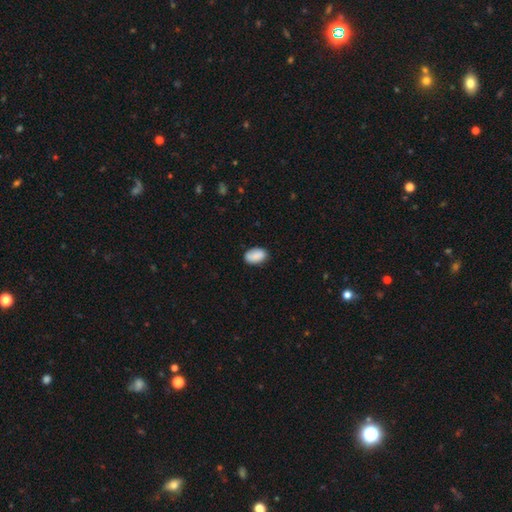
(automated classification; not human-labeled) Smooth or featured? smooth (88%)
How rounded? in between (91%)
Merging? none (80%)